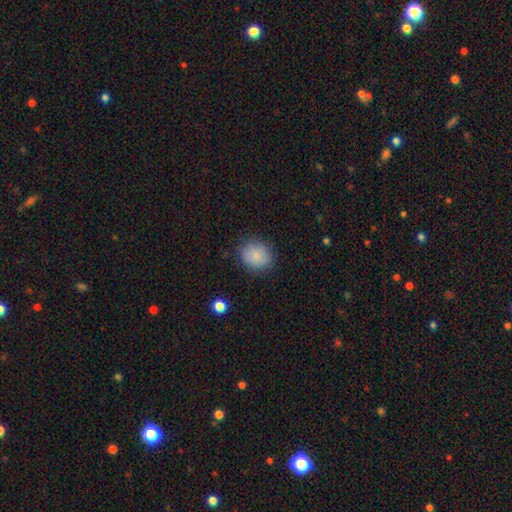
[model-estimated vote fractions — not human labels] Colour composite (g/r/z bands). It shows a smooth galaxy with no disk features (84%) that is round (69%). Merging: none (83%).